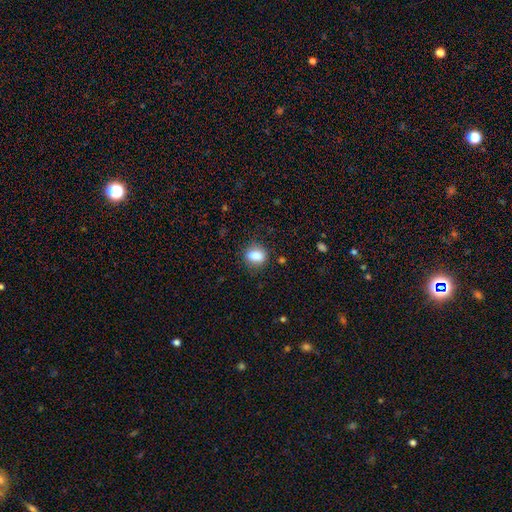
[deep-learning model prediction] A smooth galaxy with no disk features (84%) that is in between round and cigar-shaped (64%).

Vote fractions:
- Smooth or featured? smooth: 84% / star or artifact: 9% / featured or disk: 7%
- How rounded? in between: 64% / round: 33% / cigar-shaped: 3%
- Merging? none: 79% / minor disturbance: 15% / major disturbance: 4% / merger: 2%